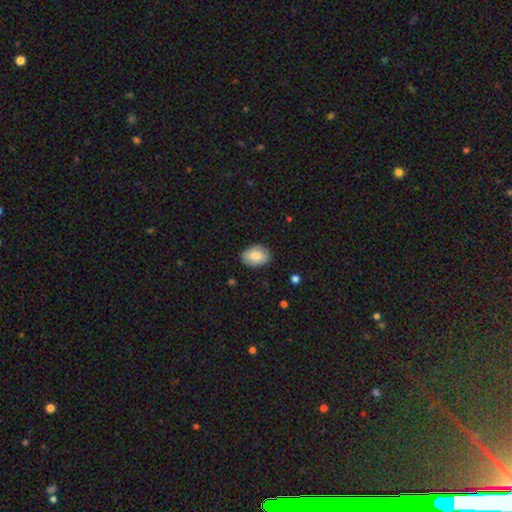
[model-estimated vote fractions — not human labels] smooth-or-featured: smooth: 76% | featured or disk: 17% | star or artifact: 7%
  how-rounded: in between: 80% | round: 19% | cigar-shaped: 1%
  merging: none: 81% | minor disturbance: 15% | major disturbance: 3% | merger: 1%